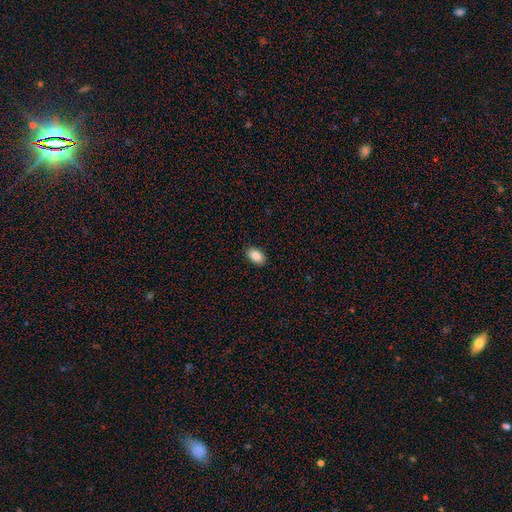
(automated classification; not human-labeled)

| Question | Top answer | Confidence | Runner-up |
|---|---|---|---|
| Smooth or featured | smooth | 87% | star or artifact (7%) |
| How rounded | in between | 93% | round (6%) |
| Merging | none | 91% | minor disturbance (7%) |